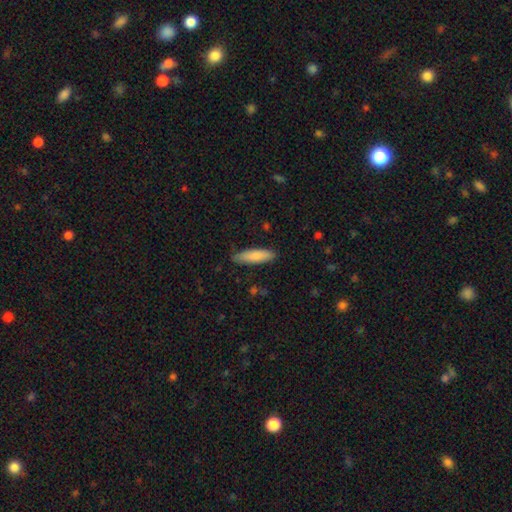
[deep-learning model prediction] The model was most divided on "how rounded": cigar-shaped: 69%, in between: 30%, round: 1%. More confident: merging — none (85%); smooth or featured — smooth (84%).